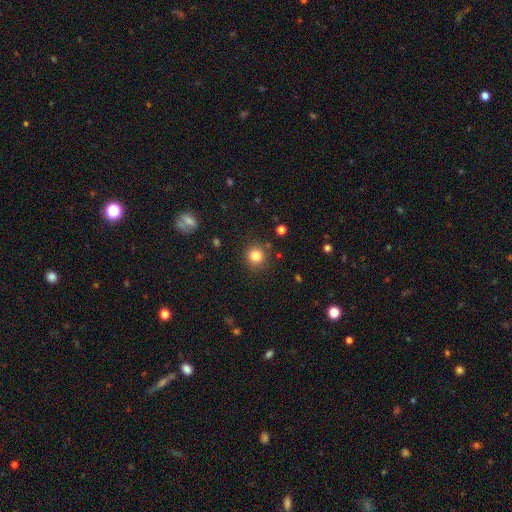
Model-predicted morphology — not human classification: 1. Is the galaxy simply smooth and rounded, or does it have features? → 83% smooth, 12% star or artifact, 6% featured or disk.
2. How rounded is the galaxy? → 92% round, 7% in between, 1% cigar-shaped.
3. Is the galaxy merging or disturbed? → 87% none, 7% minor disturbance, 3% major disturbance, 3% merger.